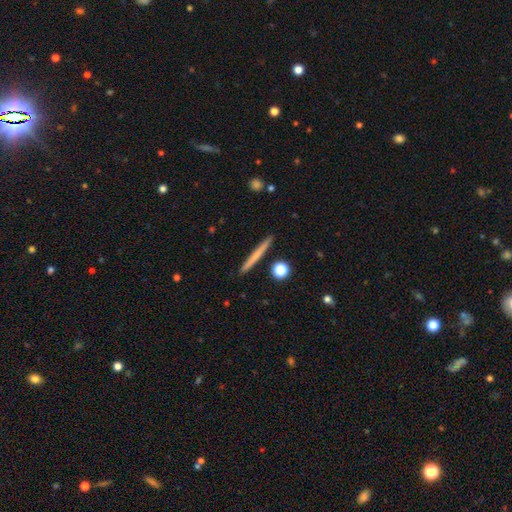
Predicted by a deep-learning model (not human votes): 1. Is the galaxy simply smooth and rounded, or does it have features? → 59% smooth, 35% featured or disk, 6% star or artifact.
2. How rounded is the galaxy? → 96% cigar-shaped, 2% in between, 2% round.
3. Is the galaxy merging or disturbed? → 92% none, 5% minor disturbance, 2% merger, 1% major disturbance.